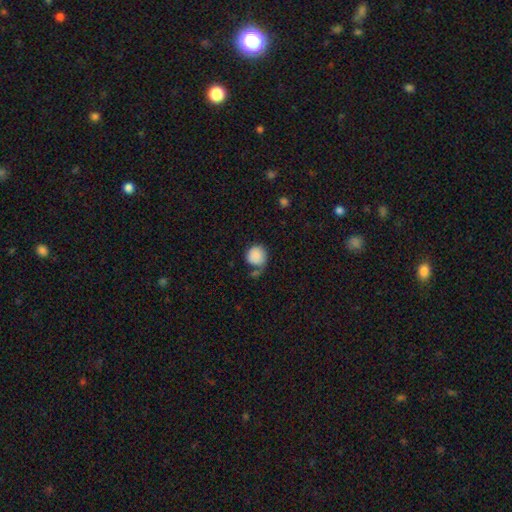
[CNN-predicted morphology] smooth_or_featured: smooth (p=0.87) [alt: star or artifact p=0.07]
how_rounded: round (p=0.88) [alt: in between p=0.11]
merging: none (p=0.53) [alt: minor disturbance p=0.22]